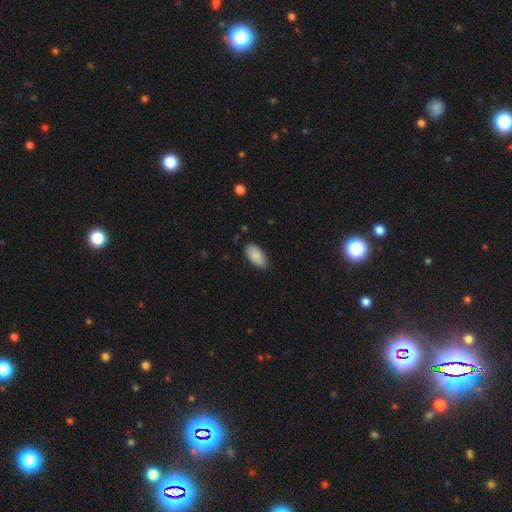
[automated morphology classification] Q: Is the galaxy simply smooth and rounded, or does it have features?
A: smooth — 88%.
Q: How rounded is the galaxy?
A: in between — 94%.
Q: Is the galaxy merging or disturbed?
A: none — 82%.